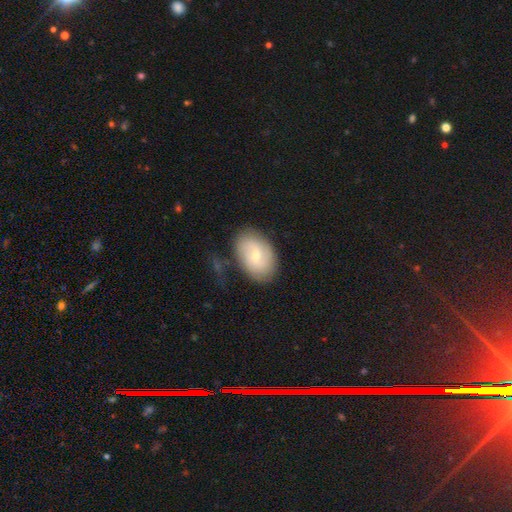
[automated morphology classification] smooth-or-featured: featured or disk: 48% | smooth: 45% | star or artifact: 7%
  merging: none: 73% | minor disturbance: 18% | major disturbance: 6% | merger: 3%